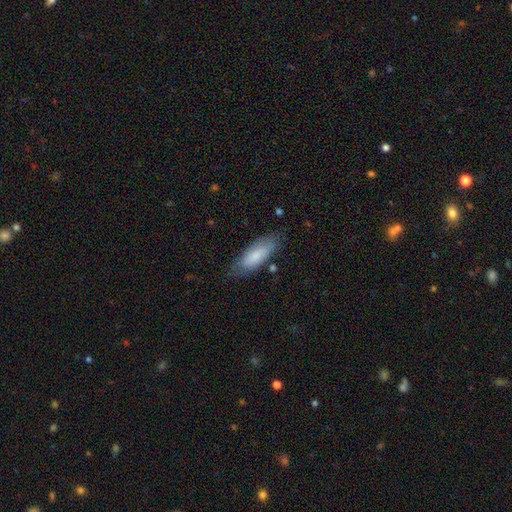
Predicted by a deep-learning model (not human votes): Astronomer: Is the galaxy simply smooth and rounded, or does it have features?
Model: smooth — 77%.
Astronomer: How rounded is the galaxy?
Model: in between — 71%.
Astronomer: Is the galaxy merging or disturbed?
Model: none — 75%.